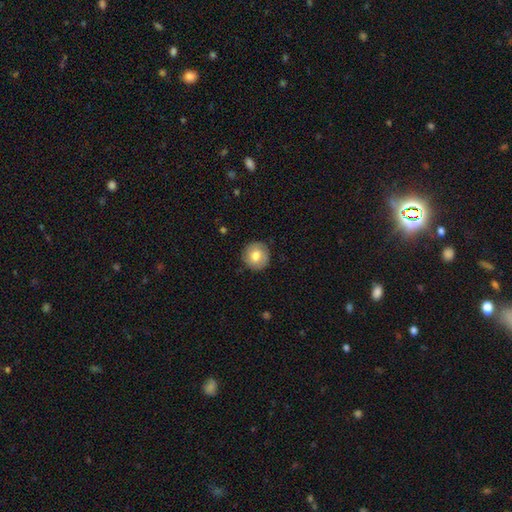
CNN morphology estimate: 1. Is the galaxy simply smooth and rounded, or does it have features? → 74% smooth, 19% featured or disk, 7% star or artifact.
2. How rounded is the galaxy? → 92% round, 7% in between, 1% cigar-shaped.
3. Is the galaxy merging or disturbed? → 87% none, 10% minor disturbance, 2% major disturbance, 1% merger.